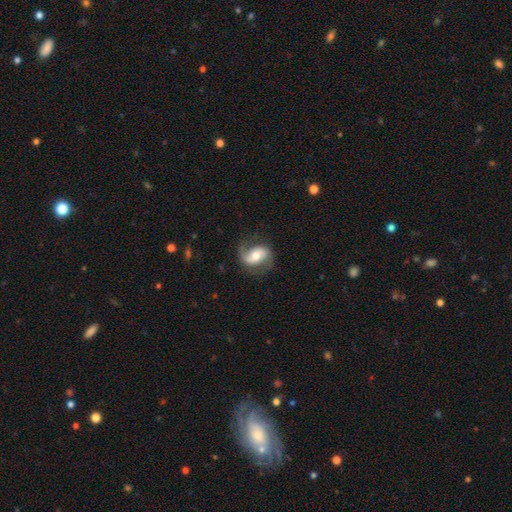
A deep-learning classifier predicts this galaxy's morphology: smooth_or_featured: featured or disk (p=0.70) [alt: smooth p=0.23]
disk_edge_on: no (p=0.96) [alt: yes p=0.04]
bar: no (p=0.37) [alt: weak p=0.35]
has_spiral_arms: yes (p=0.90) [alt: no p=0.10]
spiral_winding: loose (p=0.42) [alt: medium p=0.41]
spiral_arm_count: 2 (p=0.84) [alt: 1 p=0.08]
bulge_size: moderate (p=0.66) [alt: small p=0.23]
merging: none (p=0.72) [alt: minor disturbance p=0.17]